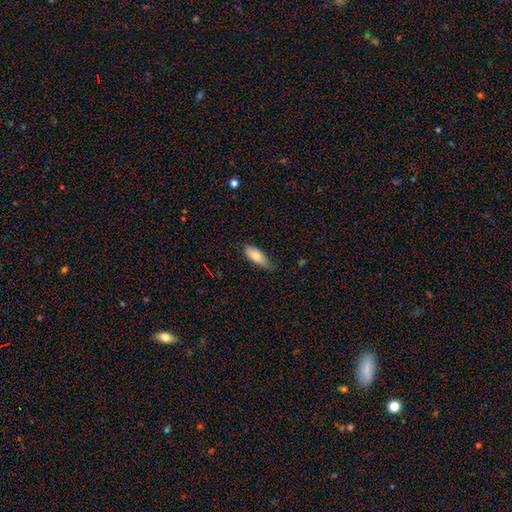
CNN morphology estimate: Q: Smooth or featured?
A: smooth (77%); runner-up: featured or disk (17%)
Q: How rounded?
A: in between (76%); runner-up: cigar-shaped (21%)
Q: Merging?
A: none (59%); runner-up: minor disturbance (34%)